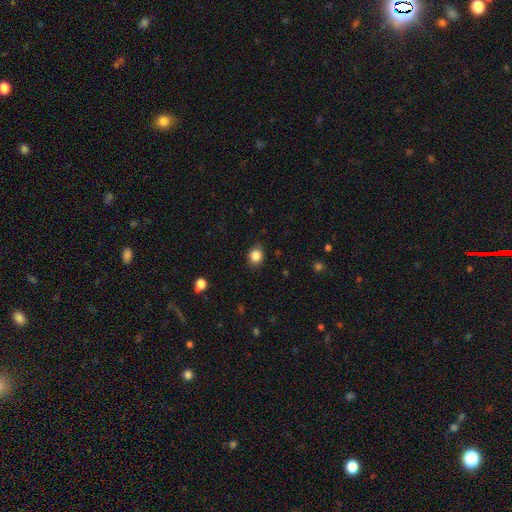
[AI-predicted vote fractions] Overall: smooth (85%). How rounded: round (70%). Merging: none (84%).